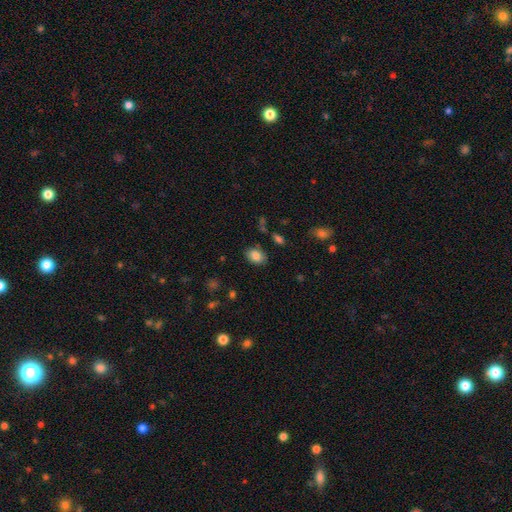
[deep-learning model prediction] Smooth or featured: smooth — 84% (star or artifact — 8%)
How rounded: in between — 78% (round — 21%)
Merging: none — 83% (minor disturbance — 11%)